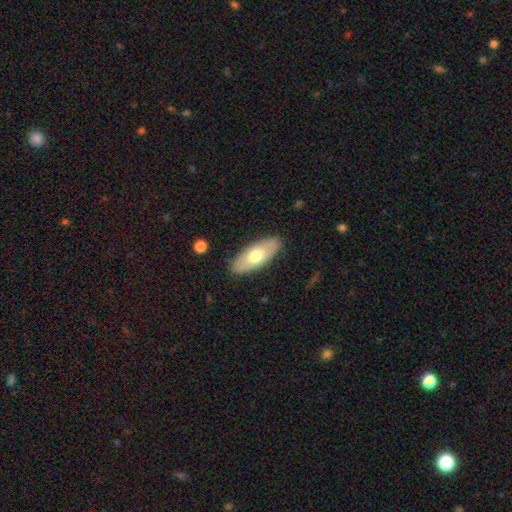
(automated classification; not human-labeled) Morphology: type=smooth (63%); roundness=in between (83%); merging=none (87%).